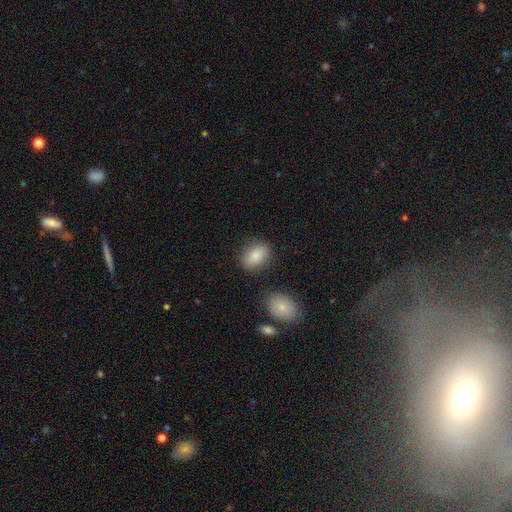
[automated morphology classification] The model was most divided on "how rounded": in between: 79%, round: 19%, cigar-shaped: 2%. More confident: smooth or featured — smooth (84%); merging — none (81%).